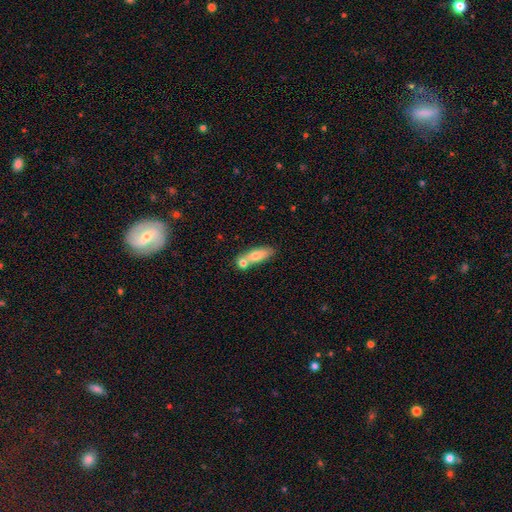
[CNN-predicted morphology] This is likely a smooth galaxy (71%). How rounded: possibly in between (59%). Merging: marginally none (44%).